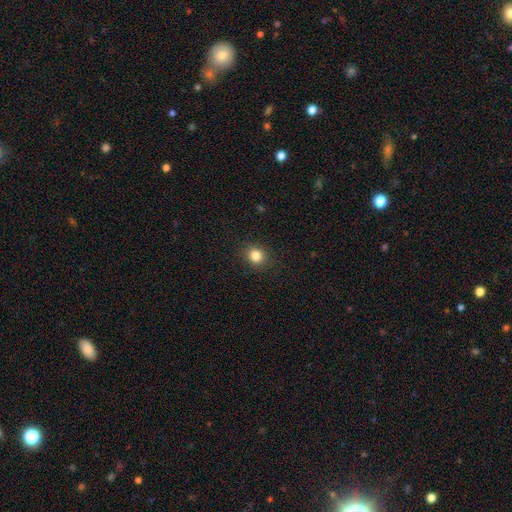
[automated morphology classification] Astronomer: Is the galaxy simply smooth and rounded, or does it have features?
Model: smooth — 84%.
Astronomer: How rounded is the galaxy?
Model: round — 81%.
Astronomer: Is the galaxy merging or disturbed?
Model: none — 90%.